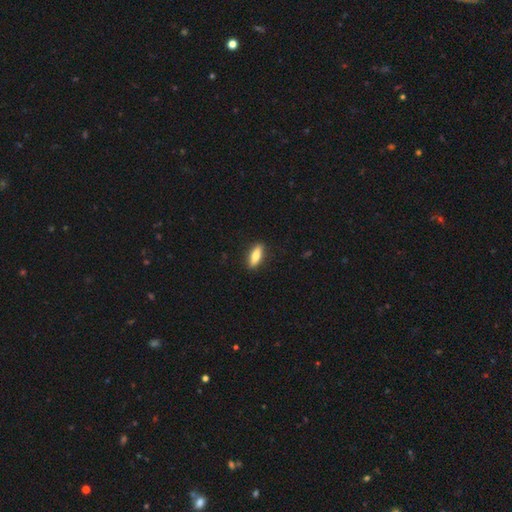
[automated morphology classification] type=smooth (74%); roundness=in between (49%); merging=none (89%).